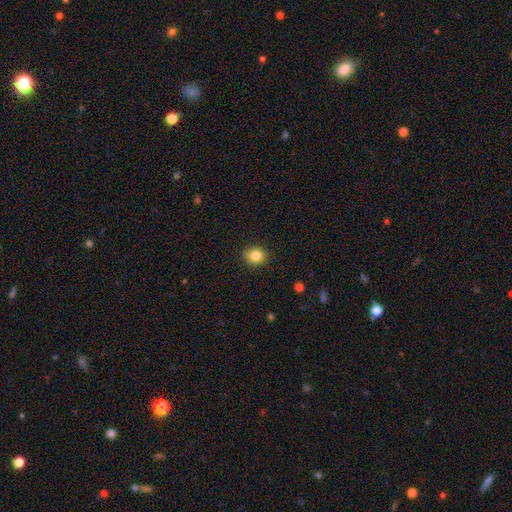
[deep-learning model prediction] smooth 84%, star or artifact 10%, featured or disk 6%. Down the decision tree: how rounded — round (75%); merging — none (88%).